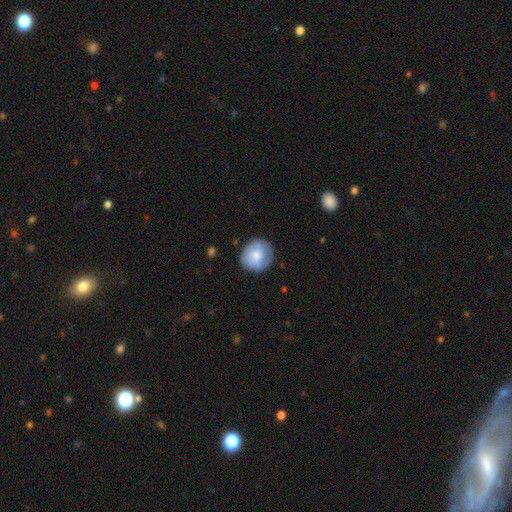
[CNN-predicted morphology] Smooth or featured? smooth (71%)
How rounded? round (87%)
Merging? none (79%)